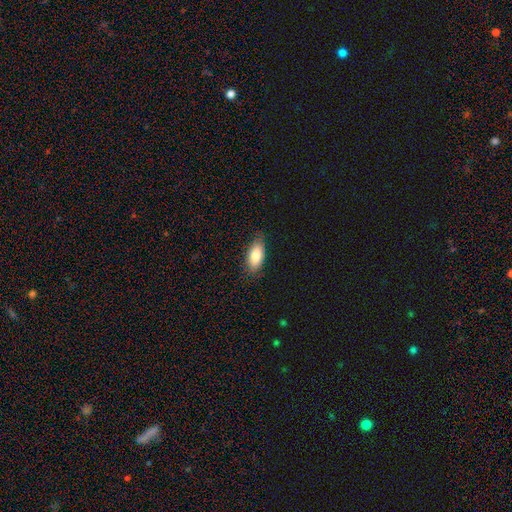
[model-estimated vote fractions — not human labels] A smooth galaxy with no disk features (81%) that is in between round and cigar-shaped (87%). Merging: none (83%).